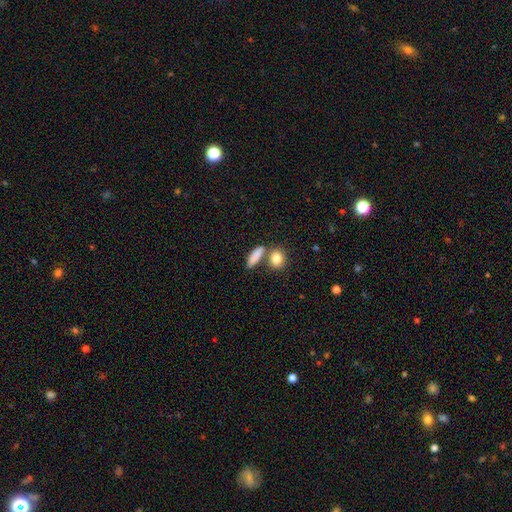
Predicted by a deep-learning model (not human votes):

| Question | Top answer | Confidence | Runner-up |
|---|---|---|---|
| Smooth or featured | smooth | 84% | featured or disk (8%) |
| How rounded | in between | 56% | cigar-shaped (32%) |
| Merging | none | 58% | merger (24%) |